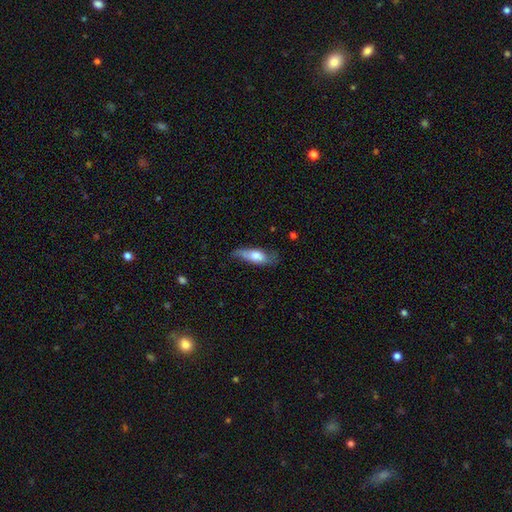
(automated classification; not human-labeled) Smooth or featured: smooth — 66% (featured or disk — 28%)
How rounded: in between — 58% (cigar-shaped — 40%)
Merging: none — 56% (minor disturbance — 32%)